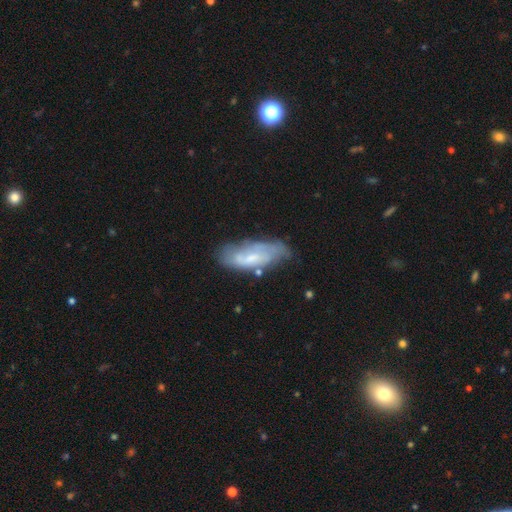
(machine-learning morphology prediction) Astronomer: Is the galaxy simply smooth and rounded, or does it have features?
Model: featured or disk — 51% (runner-up: smooth, 40%).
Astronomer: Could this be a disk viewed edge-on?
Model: no — 80%.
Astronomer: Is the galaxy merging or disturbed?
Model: none — 63%.